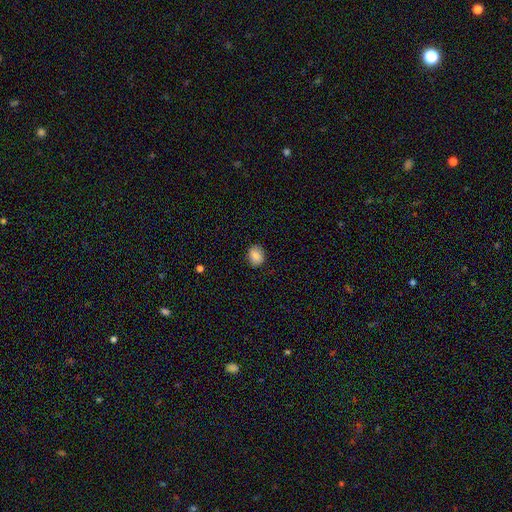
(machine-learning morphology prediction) This appears to be a smooth galaxy with no disk features (83%) that is in between round and cigar-shaped (51%). Merging: none (87%).